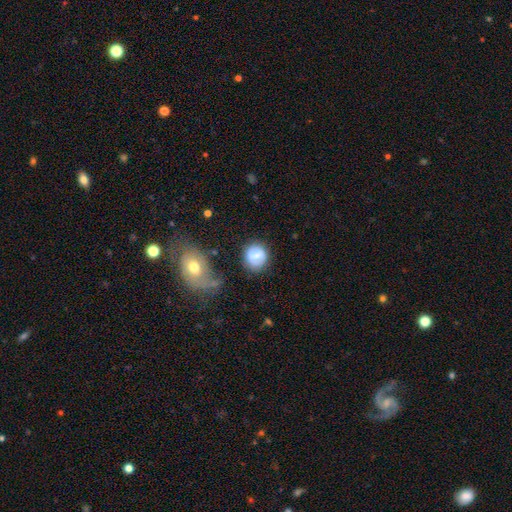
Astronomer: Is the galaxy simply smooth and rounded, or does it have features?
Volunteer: smooth — 72%.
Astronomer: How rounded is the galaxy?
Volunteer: round — 71%.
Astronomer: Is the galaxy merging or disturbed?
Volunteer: none — 55%.